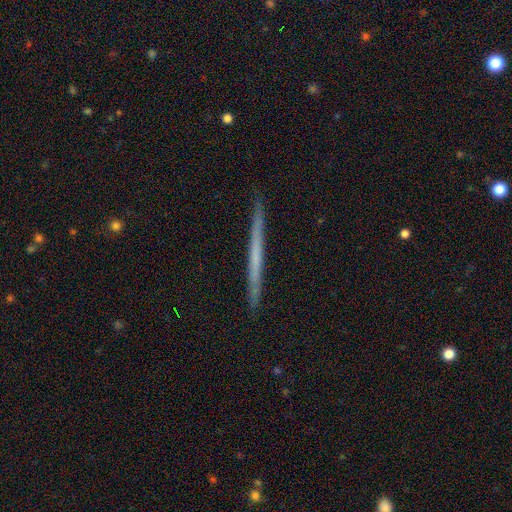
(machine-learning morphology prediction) smooth_or_featured: featured or disk (p=0.53) [alt: smooth p=0.42]
disk_edge_on: yes (p=0.98) [alt: no p=0.02]
edge_on_bulge: none (p=0.92) [alt: rounded p=0.05]
merging: none (p=0.92) [alt: minor disturbance p=0.06]